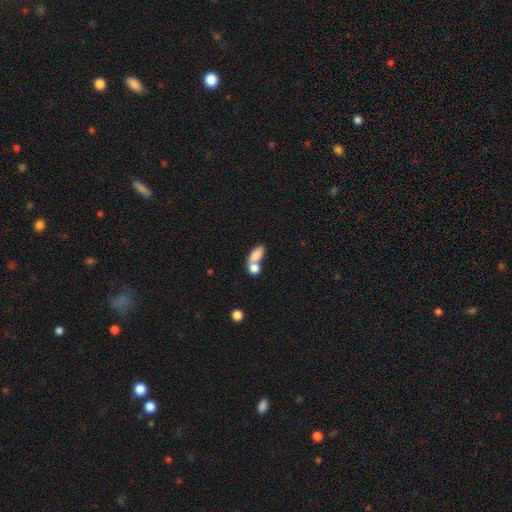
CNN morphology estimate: Smooth or featured?
  - smooth: 82% *
  - featured or disk: 11%
  - star or artifact: 7%
How rounded?
  - in between: 82% *
  - round: 9%
  - cigar-shaped: 9%
Merging?
  - merger: 57% *
  - none: 29%
  - minor disturbance: 9%
  - major disturbance: 5%